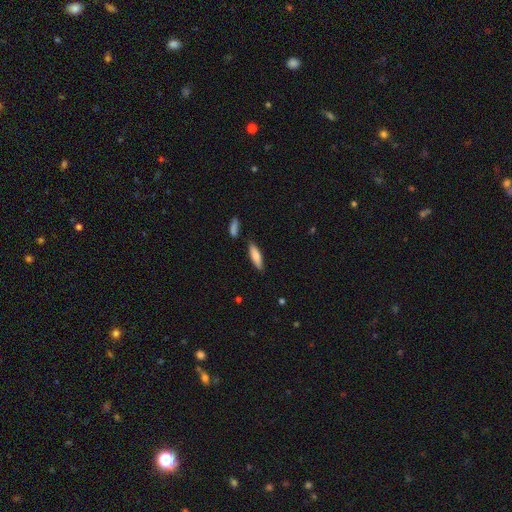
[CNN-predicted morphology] Smooth or featured? Predicted: smooth (p=0.80). How rounded? Predicted: cigar-shaped (p=0.61). Merging? Predicted: none (p=0.81).